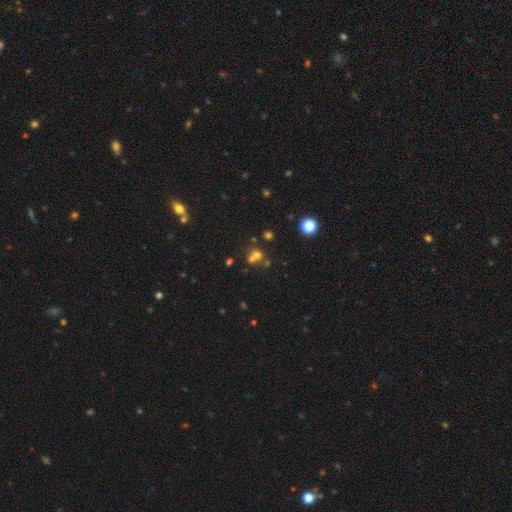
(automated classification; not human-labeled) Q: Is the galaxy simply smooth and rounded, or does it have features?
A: smooth — 56%.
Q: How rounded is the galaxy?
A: round — 80%.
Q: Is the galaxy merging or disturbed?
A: merger — 48%.